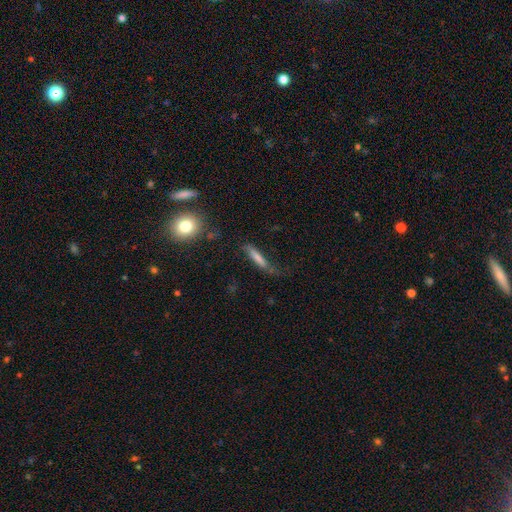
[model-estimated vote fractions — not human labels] Overall: featured or disk (43%; smooth 40%). Merging: none (54%; minor disturbance 23%).